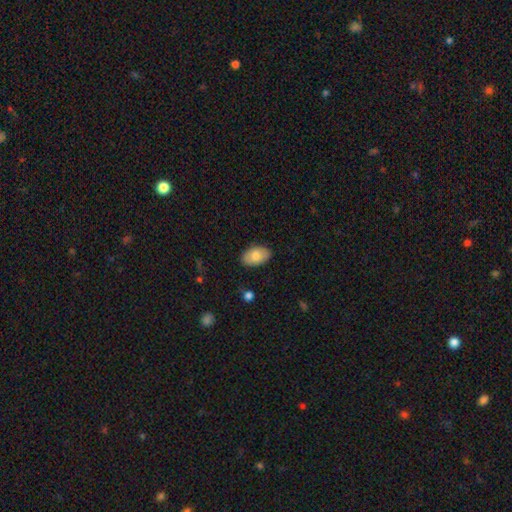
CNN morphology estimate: This appears to be a smooth galaxy with no disk features (81%) that is in between round and cigar-shaped (93%). Merging: none (86%).